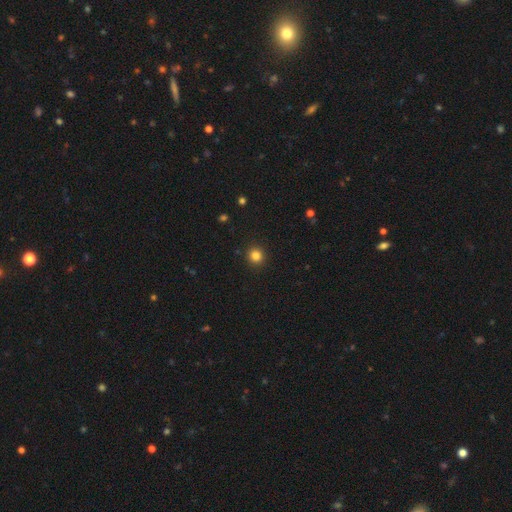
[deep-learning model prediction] Q: Smooth or featured?
A: smooth (83%); runner-up: star or artifact (13%)
Q: How rounded?
A: round (93%); runner-up: in between (6%)
Q: Merging?
A: none (92%); runner-up: minor disturbance (5%)